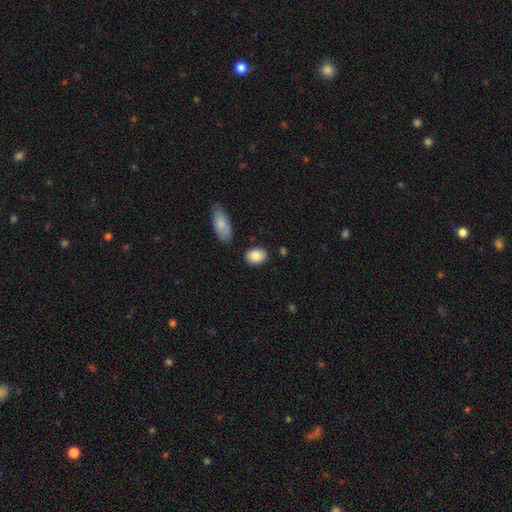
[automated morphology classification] Q: Smooth or featured?
A: smooth (84%); runner-up: featured or disk (9%)
Q: How rounded?
A: in between (80%); runner-up: round (19%)
Q: Merging?
A: none (80%); runner-up: minor disturbance (13%)